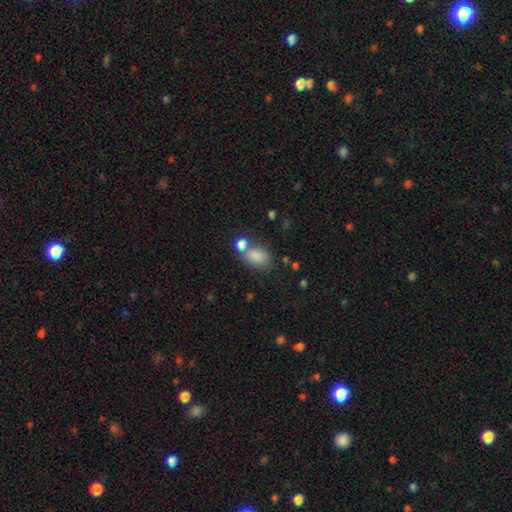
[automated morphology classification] The model was most divided on "merging": none: 44%, merger: 34%, minor disturbance: 15%, major disturbance: 7%. More confident: smooth or featured — smooth (83%); how rounded — in between (78%).